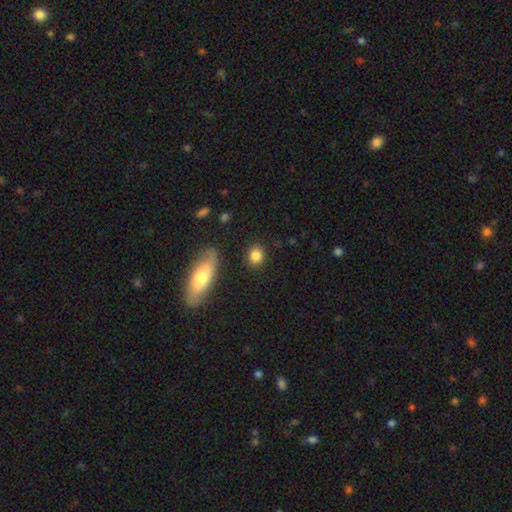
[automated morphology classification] smooth 85%, star or artifact 9%, featured or disk 7%. Down the decision tree: how rounded — round (65%); merging — none (87%).